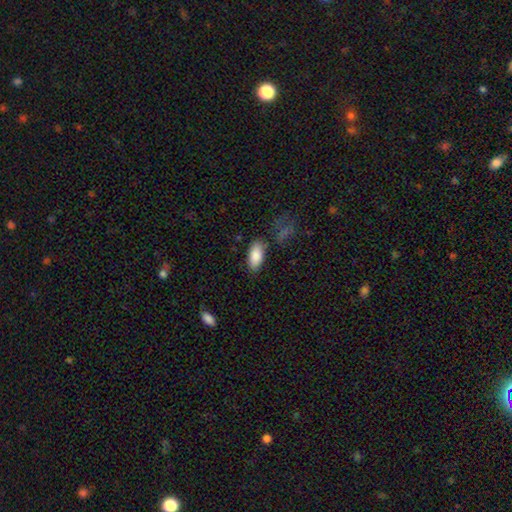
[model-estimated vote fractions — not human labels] smooth 87%, star or artifact 6%, featured or disk 6%. Down the decision tree: how rounded — in between (91%); merging — none (81%).